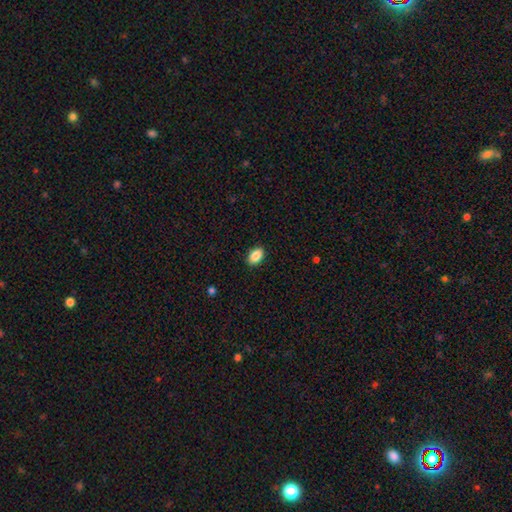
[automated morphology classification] Smooth or featured: smooth — 89% (star or artifact — 8%)
How rounded: in between — 90% (round — 8%)
Merging: none — 90% (minor disturbance — 7%)